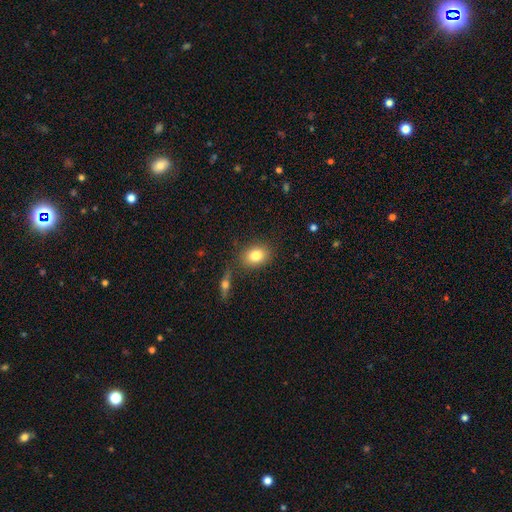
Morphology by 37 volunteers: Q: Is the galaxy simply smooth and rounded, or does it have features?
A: smooth — 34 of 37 (92%).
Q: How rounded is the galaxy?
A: in between — 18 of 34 (53%).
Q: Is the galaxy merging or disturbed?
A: none — 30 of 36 (83%).